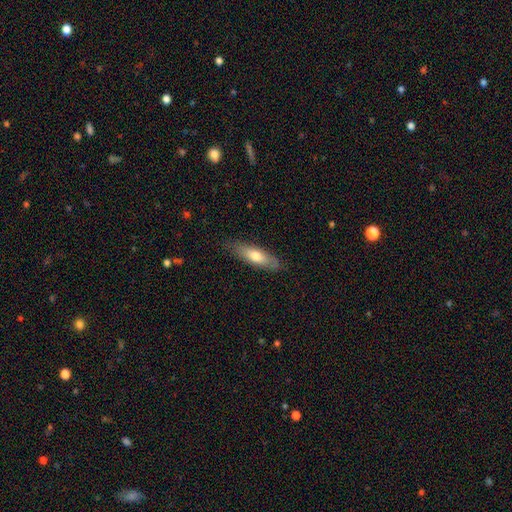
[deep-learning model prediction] smooth 66%, featured or disk 28%, star or artifact 6%. Down the decision tree: how rounded — in between (54%); merging — none (80%).